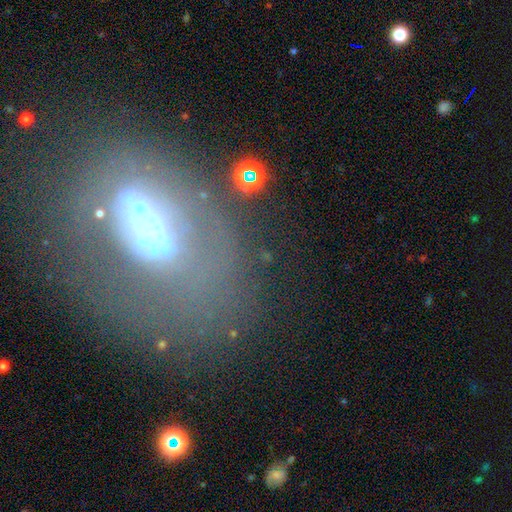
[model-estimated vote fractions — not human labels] This is possibly a featured or disk galaxy (51%). It is clearly not viewed edge-on (87%). Merging: possibly none (48%).